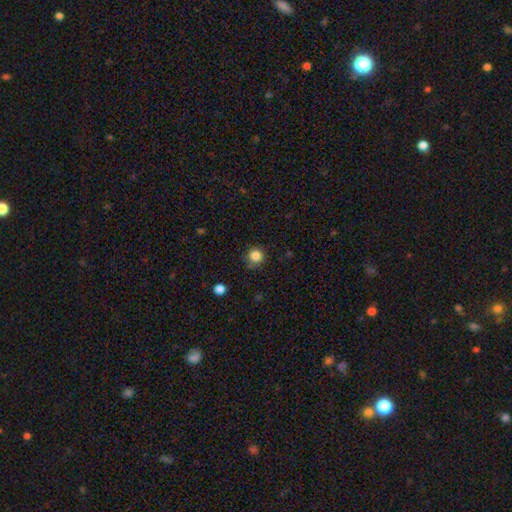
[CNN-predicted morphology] Q: Smooth or featured?
A: smooth (84%); runner-up: star or artifact (12%)
Q: How rounded?
A: round (94%); runner-up: in between (5%)
Q: Merging?
A: none (84%); runner-up: minor disturbance (11%)